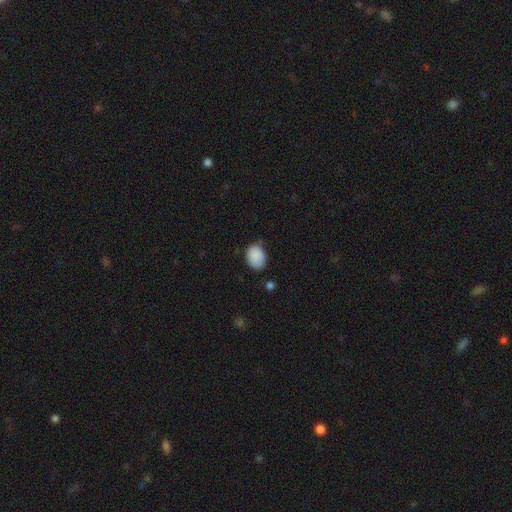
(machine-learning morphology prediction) Smooth or featured?
  - smooth: 88% *
  - star or artifact: 7%
  - featured or disk: 4%
How rounded?
  - in between: 71% *
  - round: 28%
  - cigar-shaped: 1%
Merging?
  - none: 65% *
  - minor disturbance: 27%
  - major disturbance: 5%
  - merger: 3%